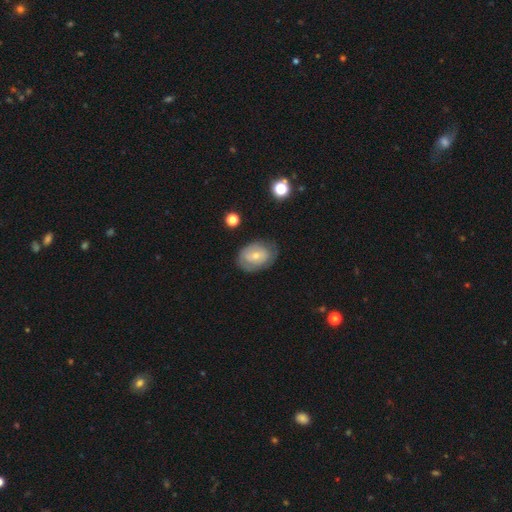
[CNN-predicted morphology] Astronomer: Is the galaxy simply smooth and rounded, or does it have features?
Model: smooth — 47% (runner-up: featured or disk, 46%).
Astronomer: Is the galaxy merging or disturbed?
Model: none — 66%.